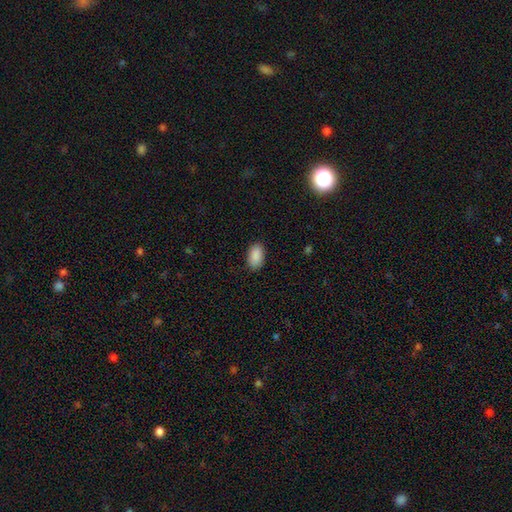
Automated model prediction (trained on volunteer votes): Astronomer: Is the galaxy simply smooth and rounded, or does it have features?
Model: smooth — 90%.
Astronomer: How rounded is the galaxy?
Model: in between — 93%.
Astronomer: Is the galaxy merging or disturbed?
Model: none — 87%.